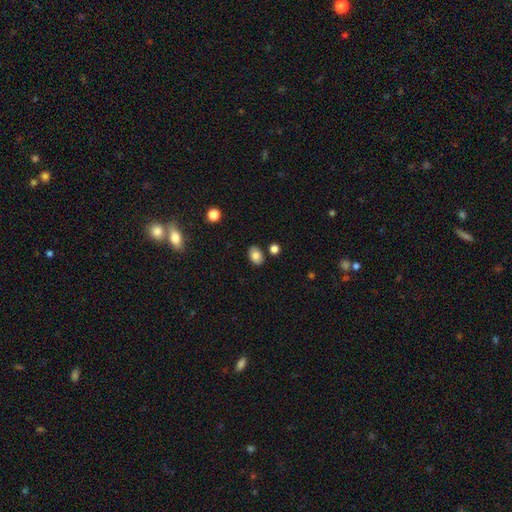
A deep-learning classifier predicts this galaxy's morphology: Q: Smooth or featured?
A: smooth (81%); runner-up: featured or disk (9%)
Q: How rounded?
A: in between (81%); runner-up: round (18%)
Q: Merging?
A: none (83%); runner-up: minor disturbance (10%)